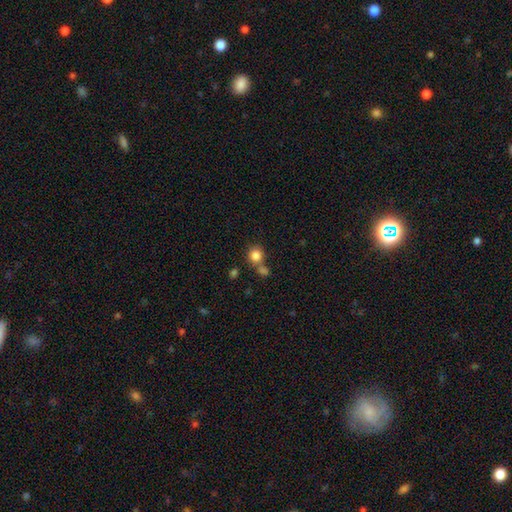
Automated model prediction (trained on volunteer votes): smooth-or-featured: smooth: 84% | star or artifact: 11% | featured or disk: 6%
  how-rounded: round: 87% | in between: 12% | cigar-shaped: 1%
  merging: none: 60% | merger: 27% | minor disturbance: 9% | major disturbance: 4%